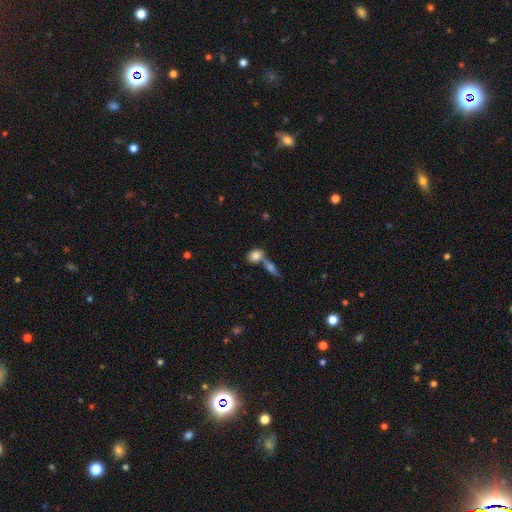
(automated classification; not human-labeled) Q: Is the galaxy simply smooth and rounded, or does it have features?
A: smooth — 81%.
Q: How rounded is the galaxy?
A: in between — 71%.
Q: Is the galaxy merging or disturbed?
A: merger — 47%.